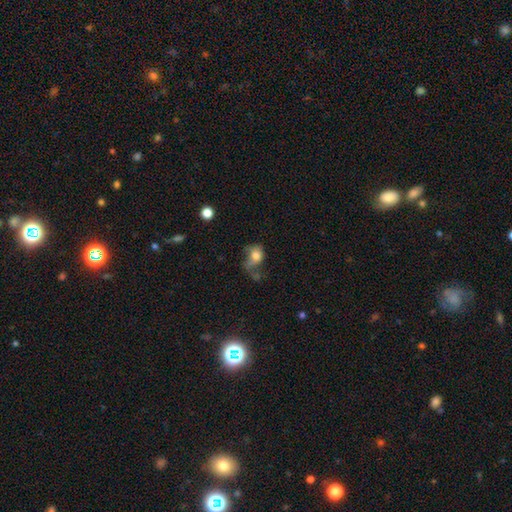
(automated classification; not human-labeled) A smooth galaxy with no disk features (70%) that is in between round and cigar-shaped (60%).

Vote fractions:
- Smooth or featured? smooth: 70% / featured or disk: 20% / star or artifact: 11%
- How rounded? in between: 60% / round: 38% / cigar-shaped: 2%
- Merging? major disturbance: 38% / minor disturbance: 25% / none: 25% / merger: 12%